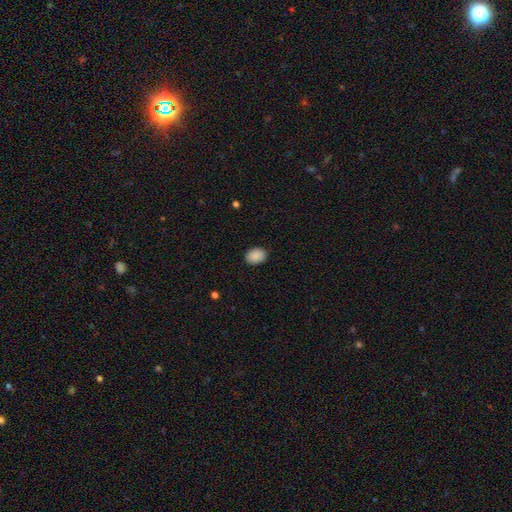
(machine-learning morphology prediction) Smooth or featured: smooth — 89% (star or artifact — 8%)
How rounded: in between — 70% (round — 29%)
Merging: none — 89% (minor disturbance — 8%)